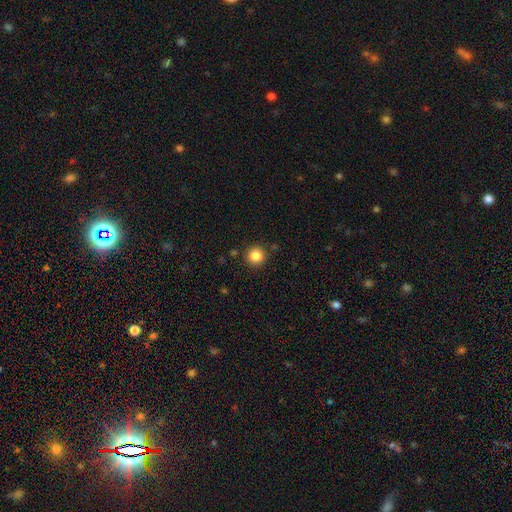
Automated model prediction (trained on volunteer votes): The model was most divided on "smooth or featured": smooth: 84%, star or artifact: 11%, featured or disk: 5%. More confident: how rounded — round (94%); merging — none (89%).